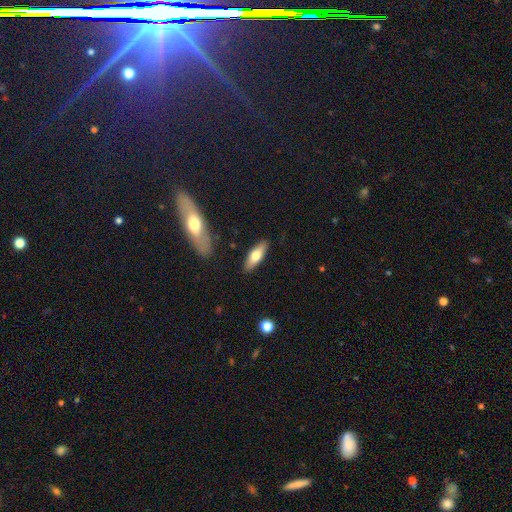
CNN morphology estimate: smooth-or-featured: smooth: 64% | featured or disk: 31% | star or artifact: 6%
  how-rounded: in between: 53% | cigar-shaped: 45% | round: 2%
  merging: none: 87% | minor disturbance: 9% | major disturbance: 2% | merger: 2%